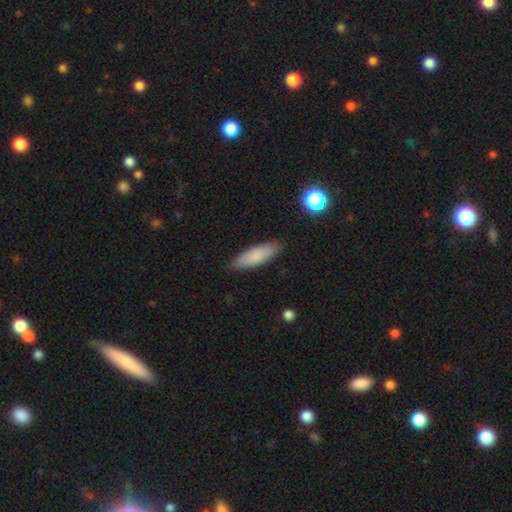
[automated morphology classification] A smooth galaxy with no disk features (83%) that is cigar-shaped (50%).

Vote fractions:
- Smooth or featured? smooth: 83% / featured or disk: 10% / star or artifact: 6%
- How rounded? cigar-shaped: 50% / in between: 48% / round: 2%
- Merging? none: 86% / minor disturbance: 10% / major disturbance: 2% / merger: 1%